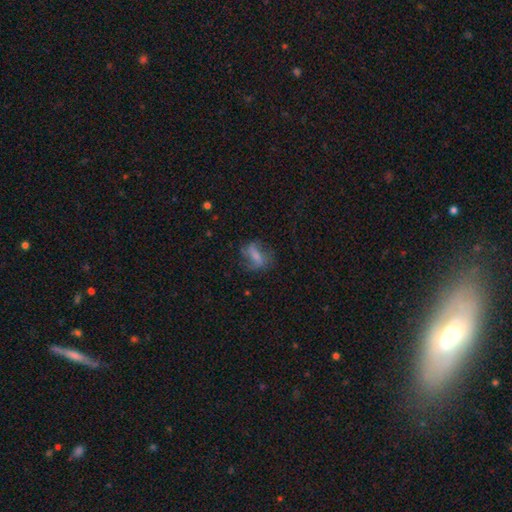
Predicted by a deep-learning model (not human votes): featured or disk 46%, smooth 42%, star or artifact 12%. Down the decision tree: merging — none (50%).